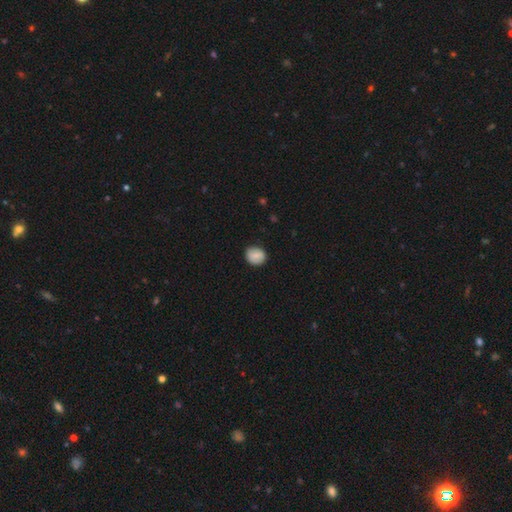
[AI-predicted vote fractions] A smooth galaxy with no disk features (83%) that is round (73%).

Vote fractions:
- Smooth or featured? smooth: 83% / featured or disk: 9% / star or artifact: 7%
- How rounded? round: 73% / in between: 26% / cigar-shaped: 1%
- Merging? none: 86% / minor disturbance: 11% / major disturbance: 2% / merger: 1%